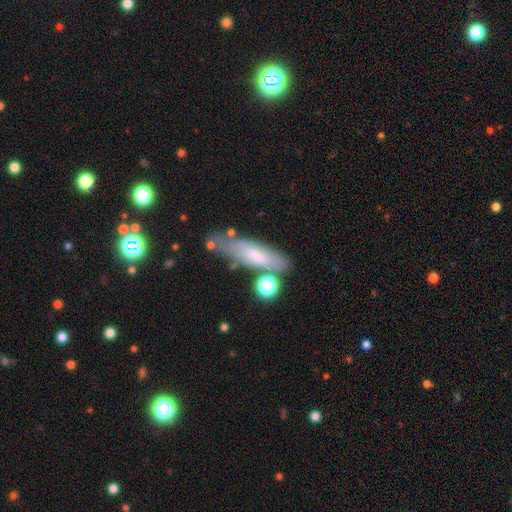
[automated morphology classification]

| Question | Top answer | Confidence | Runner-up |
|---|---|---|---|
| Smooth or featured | smooth | 58% | featured or disk (33%) |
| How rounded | cigar-shaped | 60% | in between (38%) |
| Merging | none | 61% | minor disturbance (20%) |